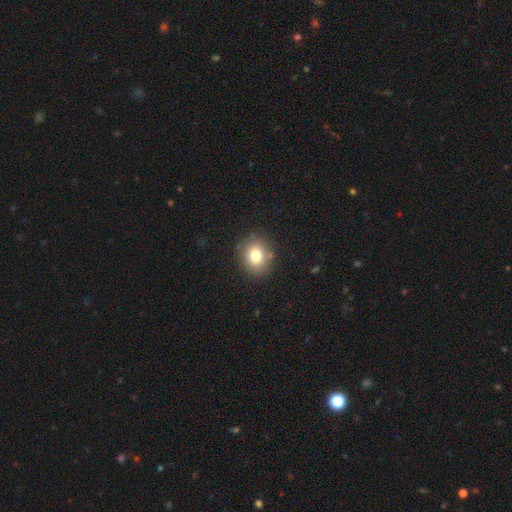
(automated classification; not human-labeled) This is likely a smooth galaxy (78%). How rounded: likely round (69%). Merging: clearly none (83%).